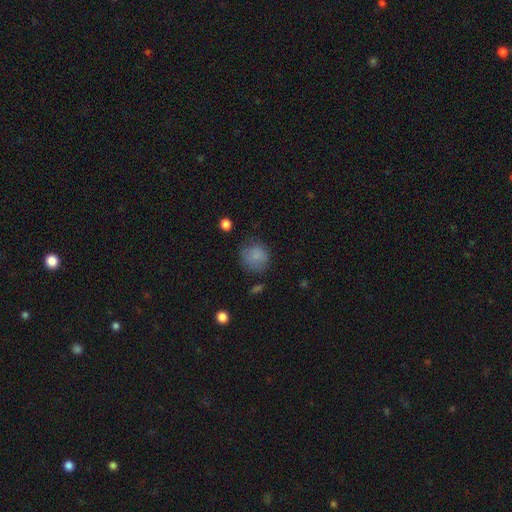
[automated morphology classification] Smooth or featured? Predicted: smooth (p=0.80). How rounded? Predicted: round (p=0.82). Merging? Predicted: none (p=0.64).